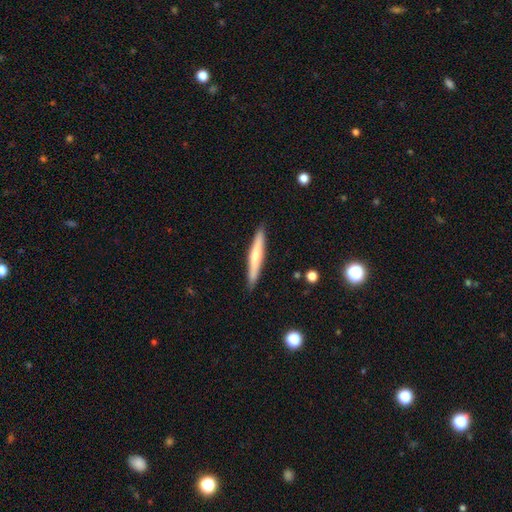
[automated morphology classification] Q: Smooth or featured?
A: smooth (55%); runner-up: featured or disk (40%)
Q: How rounded?
A: cigar-shaped (94%); runner-up: in between (5%)
Q: Merging?
A: none (89%); runner-up: minor disturbance (8%)